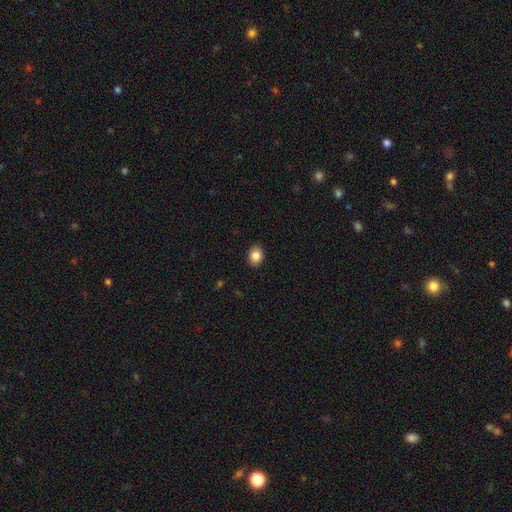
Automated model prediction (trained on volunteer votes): smooth_or_featured: smooth (p=0.86) [alt: star or artifact p=0.08]
how_rounded: in between (p=0.66) [alt: round p=0.33]
merging: none (p=0.89) [alt: minor disturbance p=0.08]